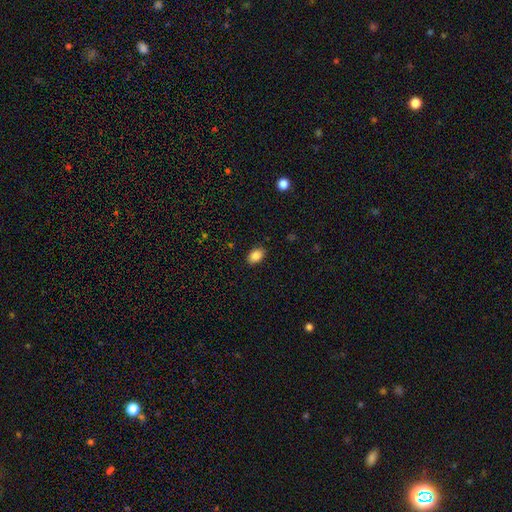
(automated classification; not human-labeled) This is clearly a smooth galaxy (88%). How rounded: clearly in between (84%). Merging: clearly none (87%).